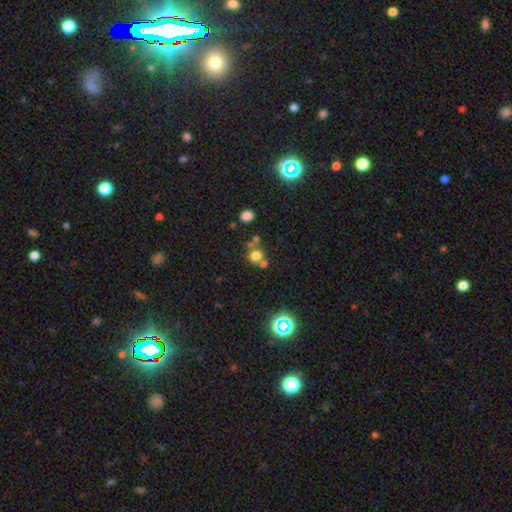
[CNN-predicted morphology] Smooth or featured? Predicted: smooth (p=0.71). How rounded? Predicted: round (p=0.85). Merging? Predicted: none (p=0.53).